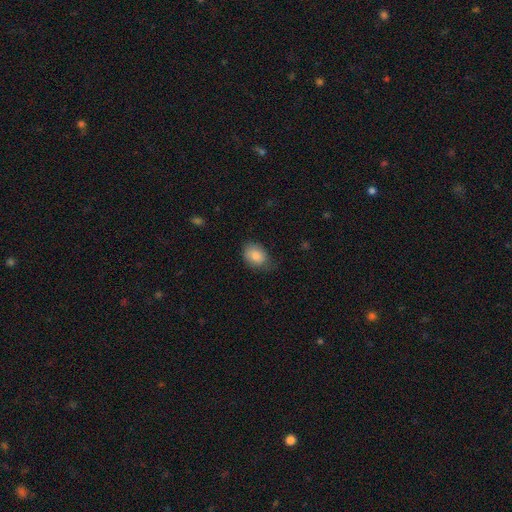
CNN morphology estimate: Smooth or featured?
  - smooth: 85% *
  - star or artifact: 8%
  - featured or disk: 7%
How rounded?
  - in between: 72% *
  - round: 27%
  - cigar-shaped: 1%
Merging?
  - none: 64% *
  - minor disturbance: 28%
  - major disturbance: 6%
  - merger: 1%